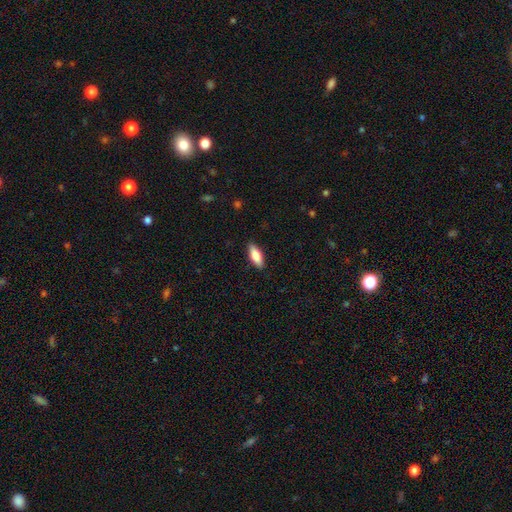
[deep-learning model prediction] smooth 81%, featured or disk 13%, star or artifact 6%. Down the decision tree: how rounded — in between (72%); merging — none (88%).